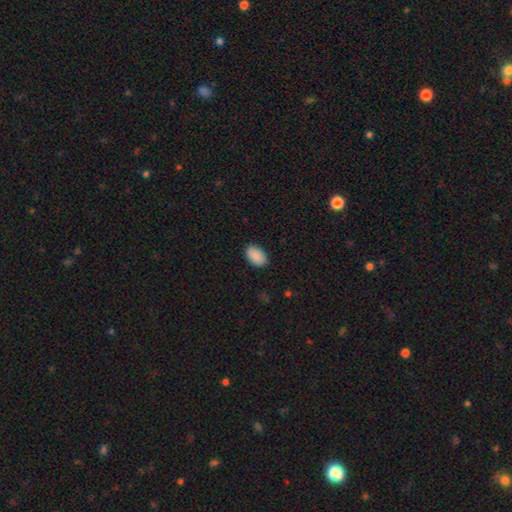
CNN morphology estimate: Q: Smooth or featured?
A: smooth (90%); runner-up: star or artifact (7%)
Q: How rounded?
A: in between (89%); runner-up: round (9%)
Q: Merging?
A: none (87%); runner-up: minor disturbance (10%)